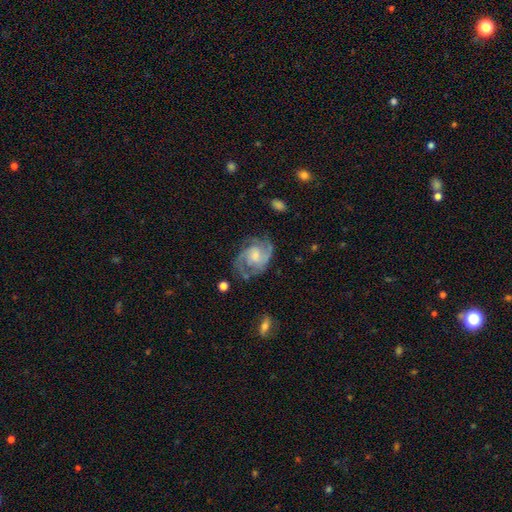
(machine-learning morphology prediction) A featured or disk galaxy (85%) with no bar (52%), 2 (45%) medium (49%) spiral arms (96%) and a moderate central bulge (45%). Merging: none (66%).